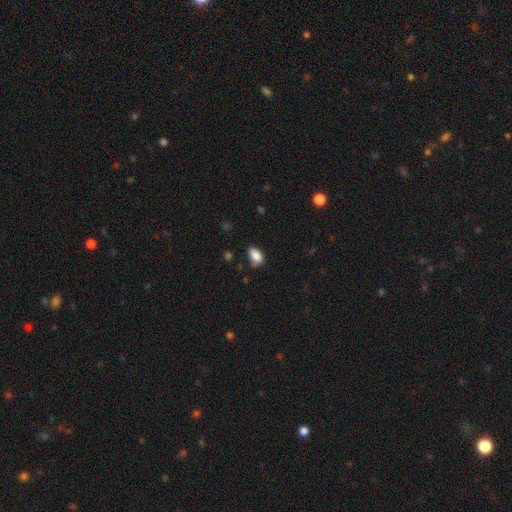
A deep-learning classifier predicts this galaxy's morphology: smooth_or_featured: smooth (p=0.87) [alt: star or artifact p=0.08]
how_rounded: in between (p=0.91) [alt: round p=0.07]
merging: none (p=0.68) [alt: minor disturbance p=0.25]